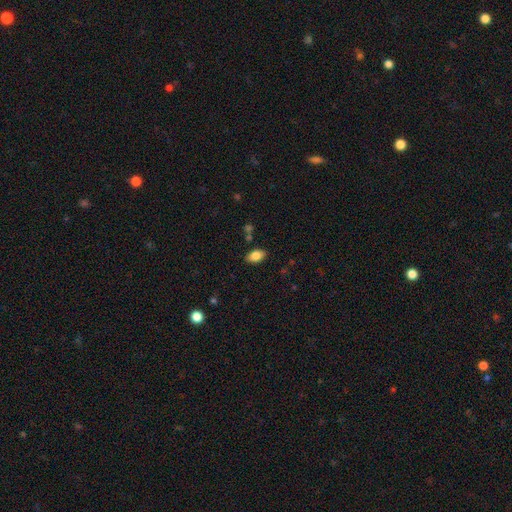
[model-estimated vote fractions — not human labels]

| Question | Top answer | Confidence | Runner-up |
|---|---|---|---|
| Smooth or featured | smooth | 83% | featured or disk (9%) |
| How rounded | in between | 91% | round (7%) |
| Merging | none | 84% | minor disturbance (11%) |